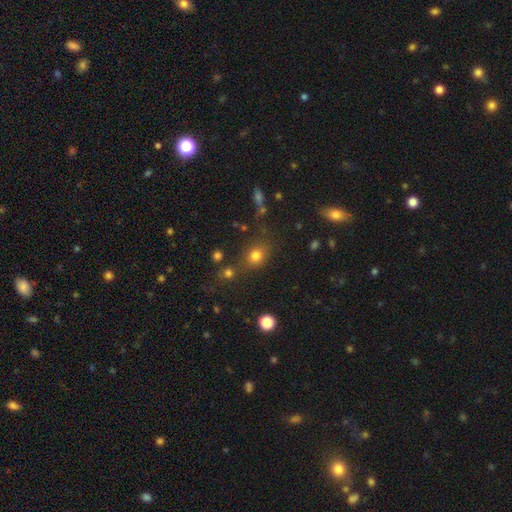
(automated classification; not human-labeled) Smooth or featured? Predicted: smooth (p=0.77). How rounded? Predicted: round (p=0.68). Merging? Predicted: none (p=0.69).